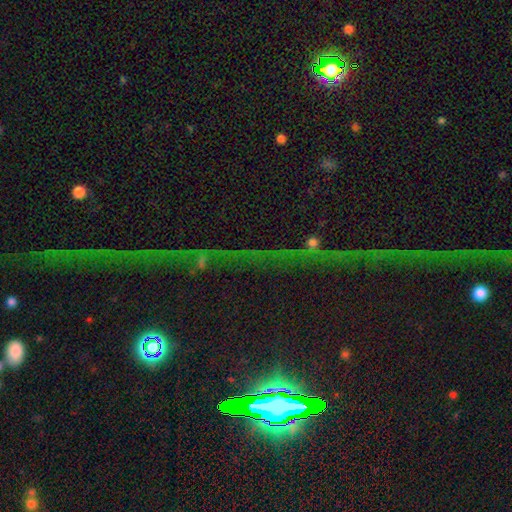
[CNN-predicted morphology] The model was most divided on "smooth or featured": star or artifact: 78%, featured or disk: 14%, smooth: 8%.